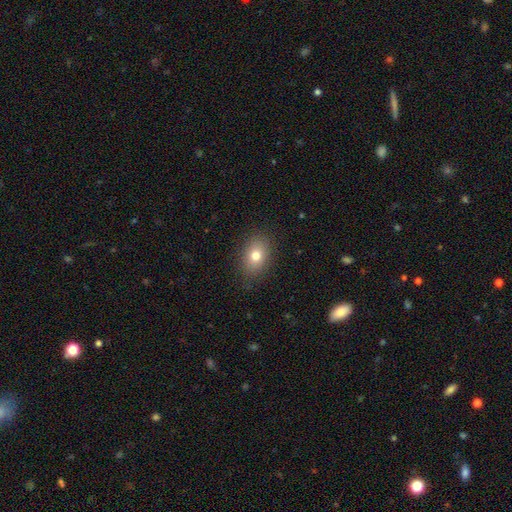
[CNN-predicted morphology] Smooth or featured: smooth — 77% (featured or disk — 12%)
How rounded: in between — 75% (round — 24%)
Merging: none — 86% (minor disturbance — 10%)